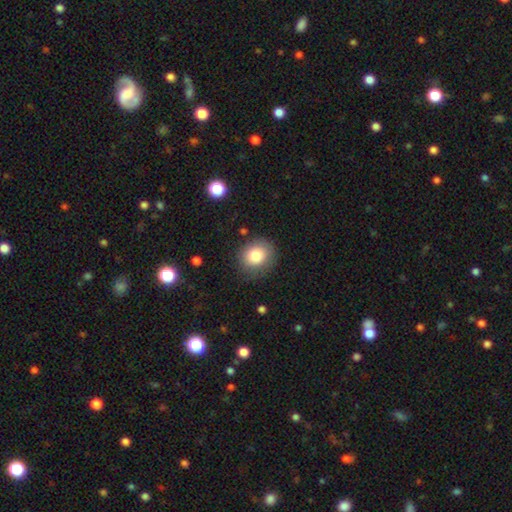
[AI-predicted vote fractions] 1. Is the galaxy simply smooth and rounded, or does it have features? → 81% smooth, 10% star or artifact, 9% featured or disk.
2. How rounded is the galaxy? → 76% round, 23% in between, 1% cigar-shaped.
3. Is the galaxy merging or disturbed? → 82% none, 12% minor disturbance, 4% major disturbance, 2% merger.